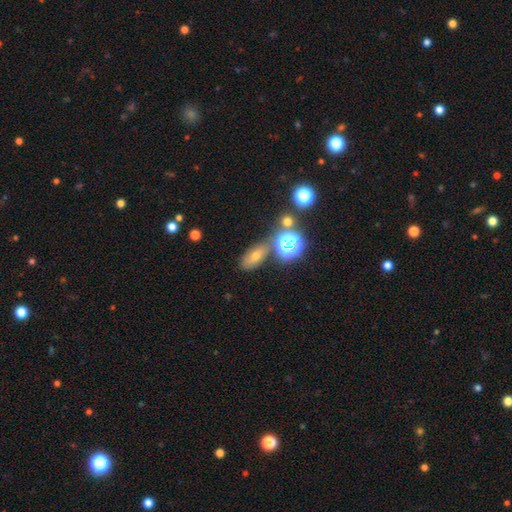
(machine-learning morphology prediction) smooth_or_featured: smooth (p=0.44) [alt: star or artifact p=0.35]
merging: none (p=0.70) [alt: minor disturbance p=0.14]